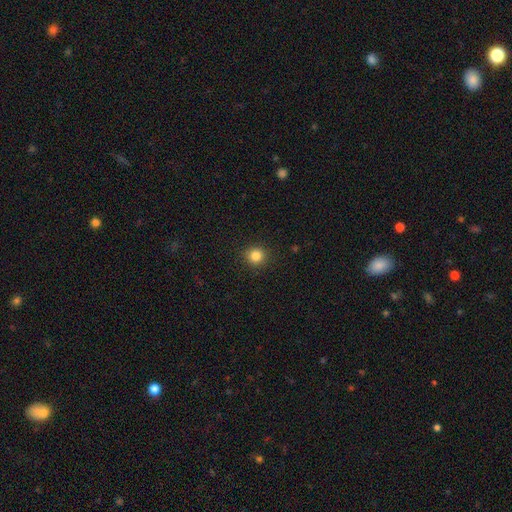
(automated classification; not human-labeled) Overall: smooth (84%). How rounded: round (93%). Merging: none (92%).